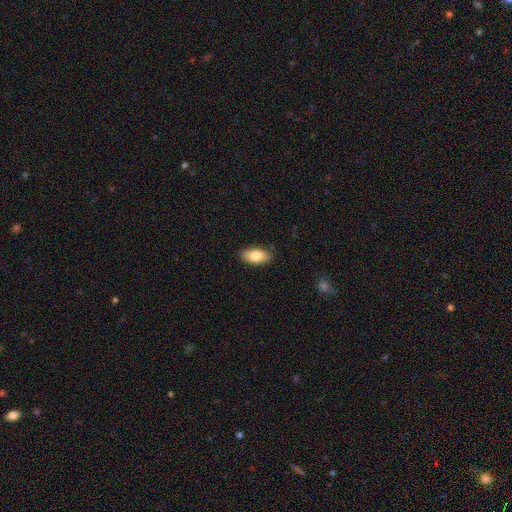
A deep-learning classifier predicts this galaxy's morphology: type=smooth (82%); roundness=in between (92%); merging=none (87%).